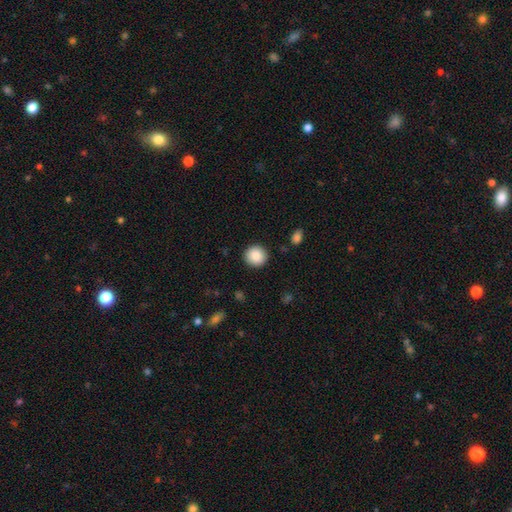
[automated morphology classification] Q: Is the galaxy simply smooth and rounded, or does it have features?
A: smooth — 88%.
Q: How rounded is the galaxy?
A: round — 92%.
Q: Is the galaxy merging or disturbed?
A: none — 91%.